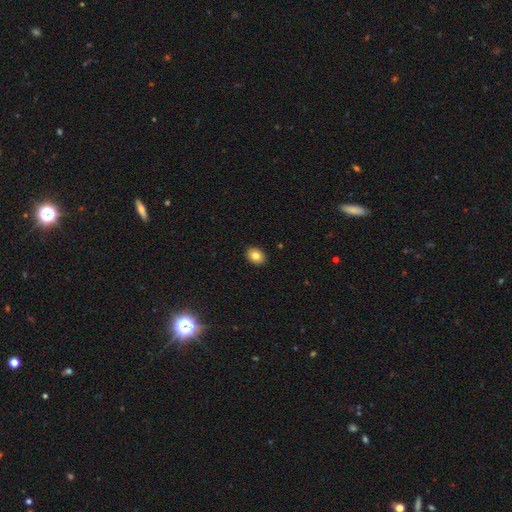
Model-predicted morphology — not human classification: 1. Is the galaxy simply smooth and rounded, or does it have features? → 82% smooth, 9% featured or disk, 9% star or artifact.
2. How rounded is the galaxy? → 65% in between, 34% round, 1% cigar-shaped.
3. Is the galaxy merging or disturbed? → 91% none, 6% minor disturbance, 2% major disturbance, 1% merger.